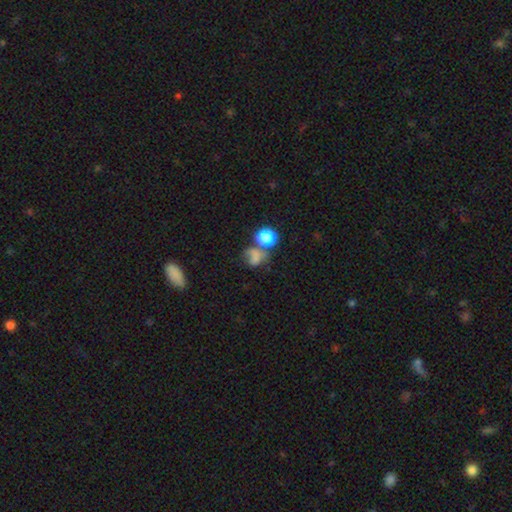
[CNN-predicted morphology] Smooth or featured? Predicted: smooth (p=0.62). How rounded? Predicted: round (p=0.57). Merging? Predicted: merger (p=0.31, tied with none).